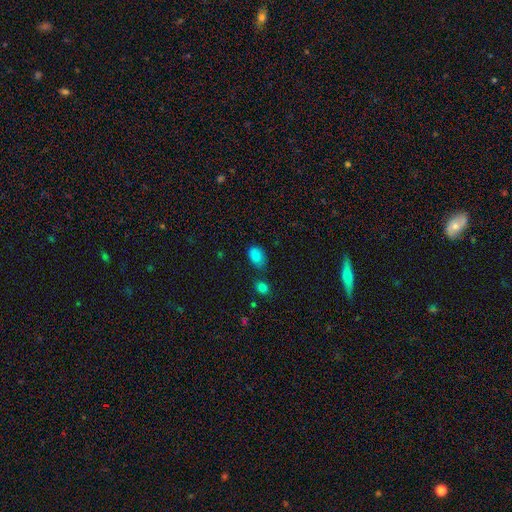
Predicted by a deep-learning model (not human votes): A smooth galaxy with no disk features (84%) that is in between round and cigar-shaped (84%).

Vote fractions:
- Smooth or featured? smooth: 84% / star or artifact: 11% / featured or disk: 5%
- How rounded? in between: 84% / round: 15% / cigar-shaped: 1%
- Merging? none: 59% / minor disturbance: 26% / merger: 9% / major disturbance: 6%